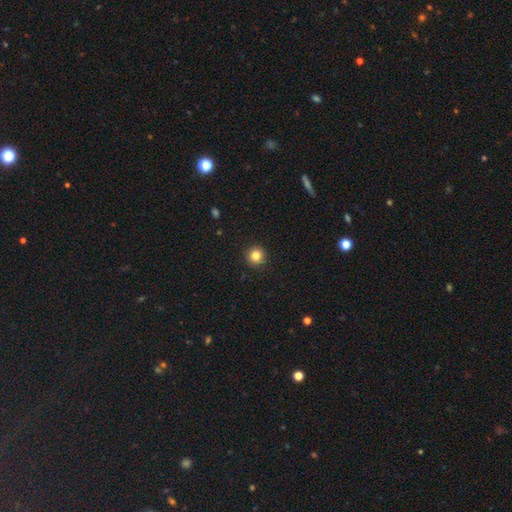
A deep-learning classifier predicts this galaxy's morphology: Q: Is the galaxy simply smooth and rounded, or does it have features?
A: smooth — 83%.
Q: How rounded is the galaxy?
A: round — 95%.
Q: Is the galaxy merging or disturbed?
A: none — 93%.